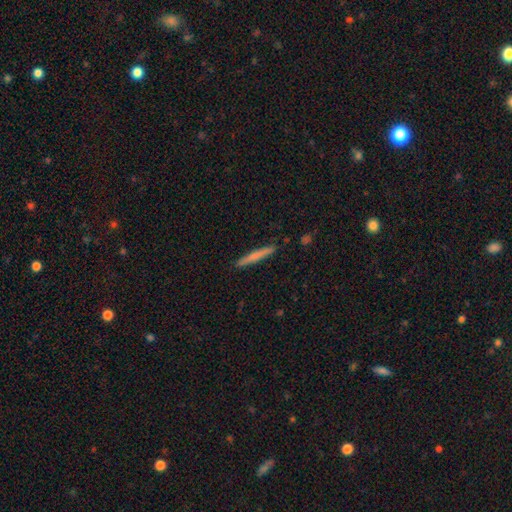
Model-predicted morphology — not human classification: type=smooth (66%); roundness=cigar-shaped (96%); merging=none (91%).